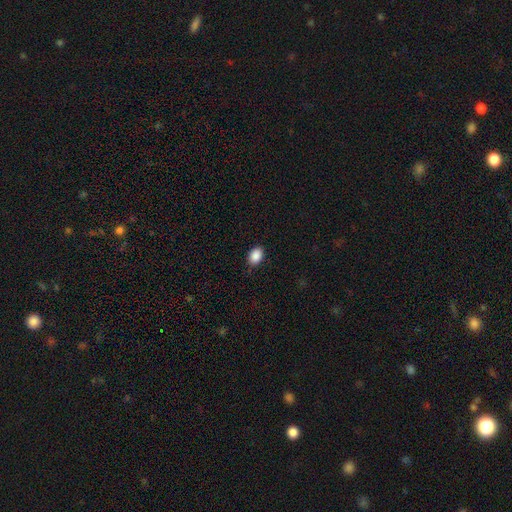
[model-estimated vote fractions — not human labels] Smooth or featured? smooth (89%)
How rounded? in between (77%)
Merging? none (86%)